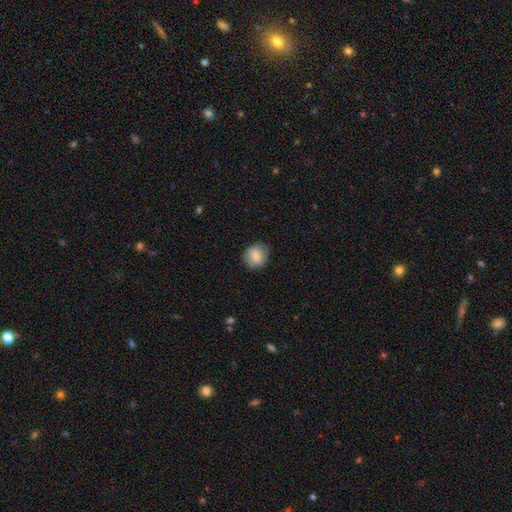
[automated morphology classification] Smooth or featured? Predicted: smooth (p=0.72). How rounded? Predicted: round (p=0.83). Merging? Predicted: none (p=0.83).